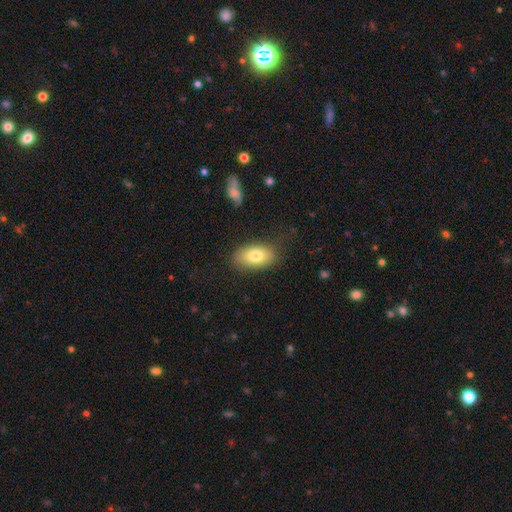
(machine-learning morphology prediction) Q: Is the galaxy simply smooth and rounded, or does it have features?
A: smooth — 78%.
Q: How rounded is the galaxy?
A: in between — 91%.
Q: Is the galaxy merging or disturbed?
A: none — 80%.